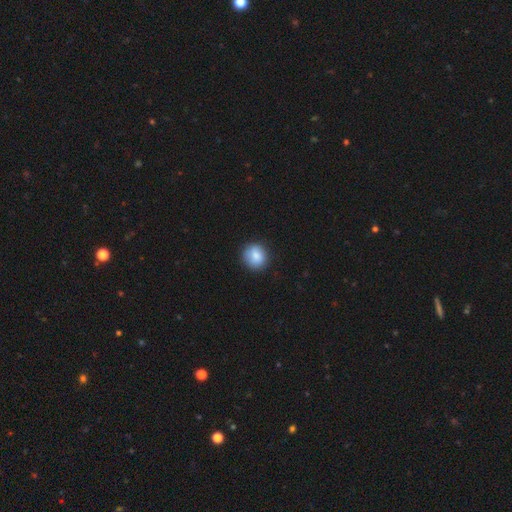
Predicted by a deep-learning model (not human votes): A smooth galaxy with no disk features (85%) that is round (87%). Merging: none (85%).